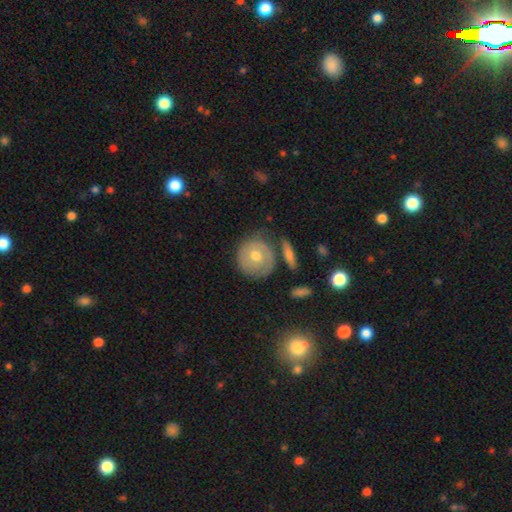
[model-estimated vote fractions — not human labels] The model was most divided on "smooth or featured" (2-way tie): featured or disk: 46%, smooth: 46%, star or artifact: 7%. More confident: merging — none (71%).